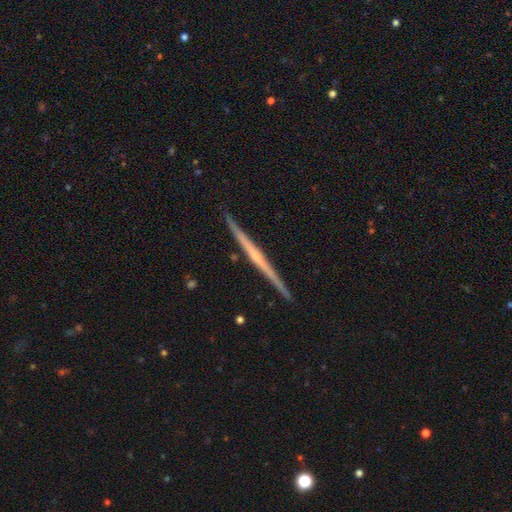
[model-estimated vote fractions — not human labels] Morphology: type=featured or disk (74%); edge-on=yes (98%); edge-on bulge=none (62%); merging=none (92%).